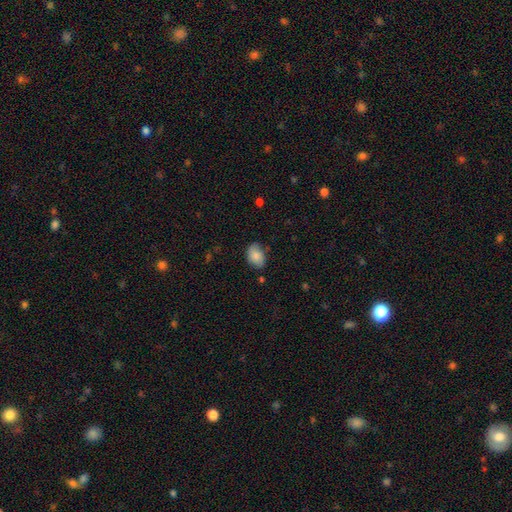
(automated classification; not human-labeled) Smooth or featured? Predicted: smooth (p=0.82). How rounded? Predicted: in between (p=0.82). Merging? Predicted: none (p=0.70).